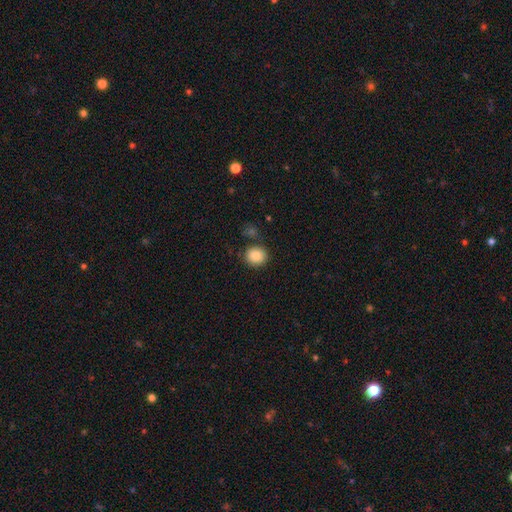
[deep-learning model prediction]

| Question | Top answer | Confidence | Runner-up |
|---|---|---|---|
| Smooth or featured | smooth | 87% | star or artifact (9%) |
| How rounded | round | 83% | in between (16%) |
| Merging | none | 81% | minor disturbance (10%) |